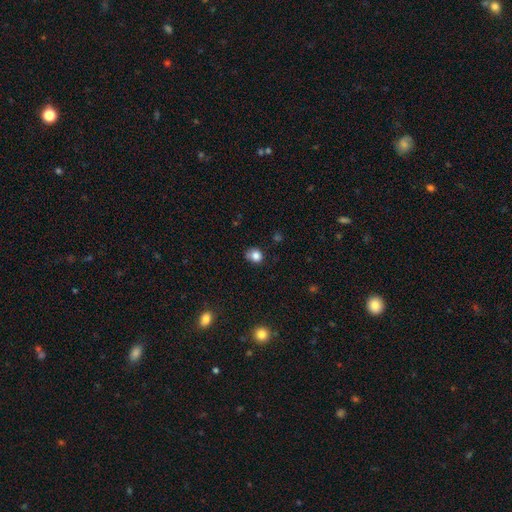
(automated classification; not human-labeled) smooth-or-featured: smooth: 82% | star or artifact: 12% | featured or disk: 6%
  how-rounded: round: 75% | in between: 24% | cigar-shaped: 1%
  merging: none: 63% | minor disturbance: 26% | major disturbance: 6% | merger: 4%